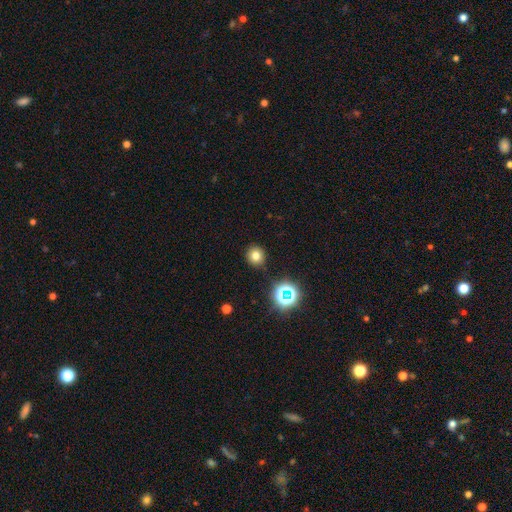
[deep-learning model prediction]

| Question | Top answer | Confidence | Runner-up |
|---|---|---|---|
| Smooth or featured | smooth | 74% | star or artifact (18%) |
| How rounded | round | 87% | in between (13%) |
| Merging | none | 89% | minor disturbance (7%) |